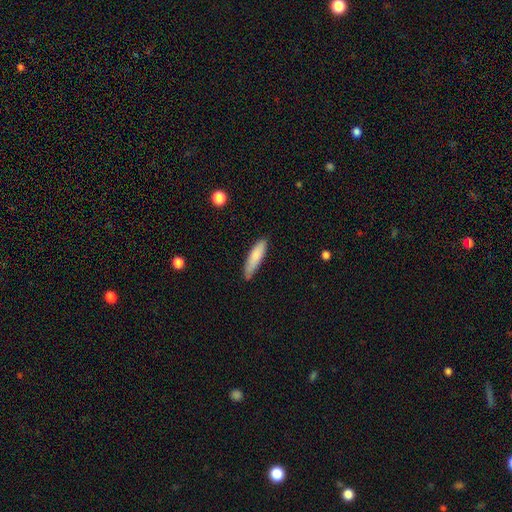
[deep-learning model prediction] smooth-or-featured: smooth: 81% | featured or disk: 13% | star or artifact: 6%
  how-rounded: cigar-shaped: 75% | in between: 23% | round: 1%
  merging: none: 77% | minor disturbance: 18% | major disturbance: 3% | merger: 2%